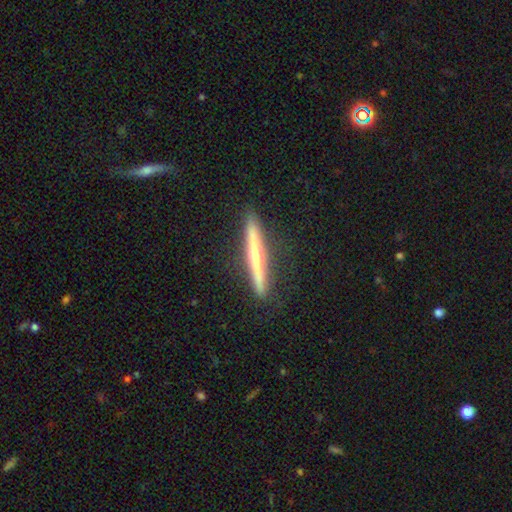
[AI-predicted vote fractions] This appears to be a featured or disk galaxy (63%) viewed edge-on (97%) with a rounded central bulge (75%). Merging: none (91%).